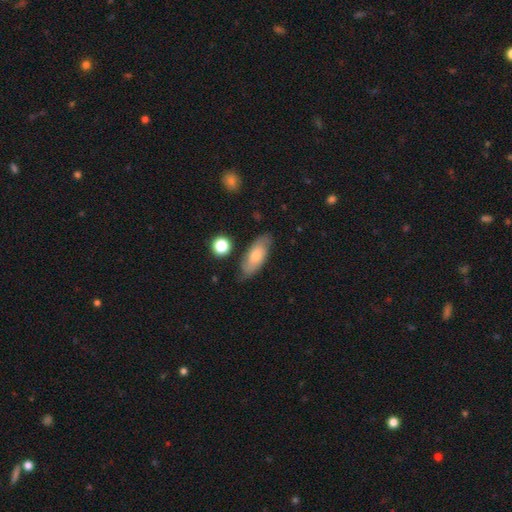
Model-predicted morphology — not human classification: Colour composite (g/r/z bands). It shows a smooth galaxy with no disk features (61%) that is in between round and cigar-shaped (79%). Merging: none (75%).